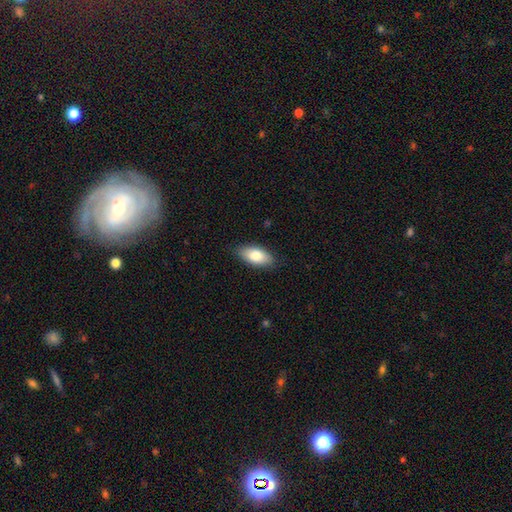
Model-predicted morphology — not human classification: A smooth galaxy with no disk features (81%) that is in between round and cigar-shaped (90%). Merging: none (86%).